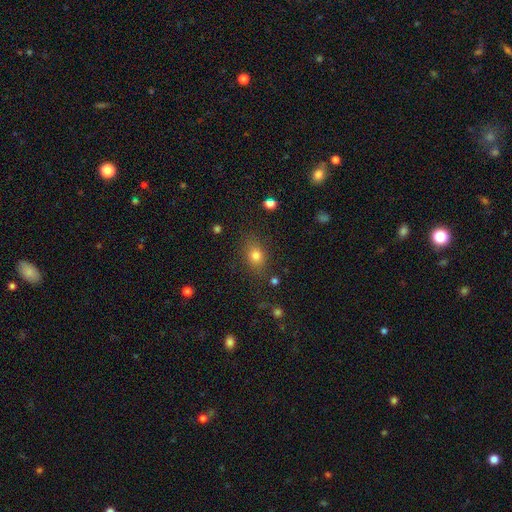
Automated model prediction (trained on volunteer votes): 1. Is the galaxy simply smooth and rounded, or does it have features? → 78% smooth, 13% star or artifact, 9% featured or disk.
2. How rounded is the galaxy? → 58% in between, 40% round, 2% cigar-shaped.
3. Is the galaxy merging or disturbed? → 81% none, 12% minor disturbance, 5% major disturbance, 2% merger.